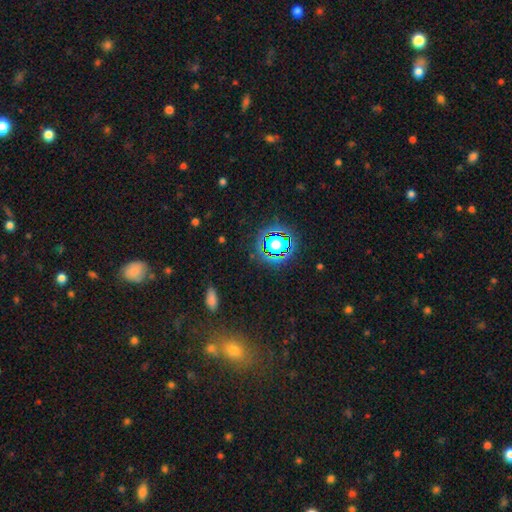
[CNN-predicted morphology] Smooth or featured?
  - star or artifact: 71% *
  - smooth: 19%
  - featured or disk: 9%